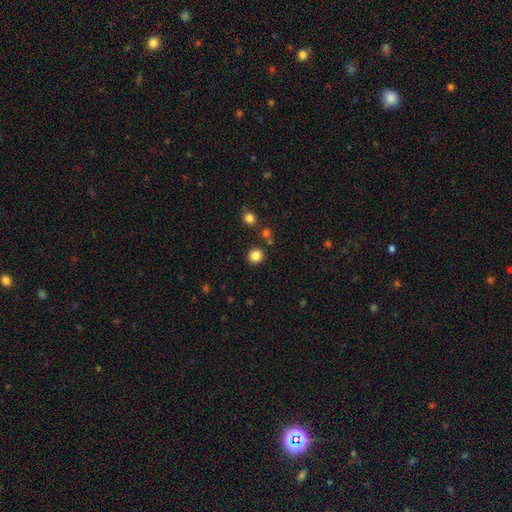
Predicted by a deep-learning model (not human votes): Overall: smooth (85%). How rounded: round (90%). Merging: none (85%).